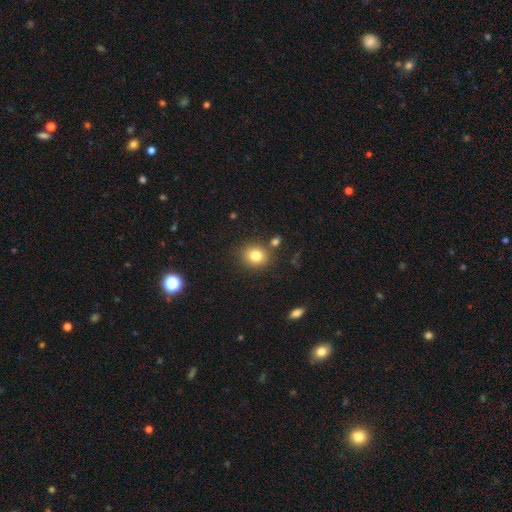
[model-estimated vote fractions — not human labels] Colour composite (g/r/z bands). It shows a smooth galaxy with no disk features (81%) that is round (77%). Merging: none (81%).